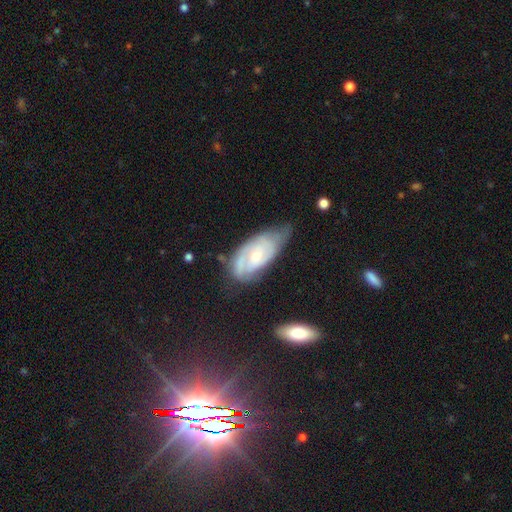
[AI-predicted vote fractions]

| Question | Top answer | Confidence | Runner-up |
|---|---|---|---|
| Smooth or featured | featured or disk | 69% | smooth (25%) |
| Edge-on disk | no | 93% | yes (7%) |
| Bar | no | 71% | weak (25%) |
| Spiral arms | yes | 83% | no (17%) |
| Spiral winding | tight | 60% | medium (30%) |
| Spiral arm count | can't tell | 45% | 2 (34%) |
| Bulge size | small | 61% | moderate (35%) |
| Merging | none | 43% | minor disturbance (37%) |